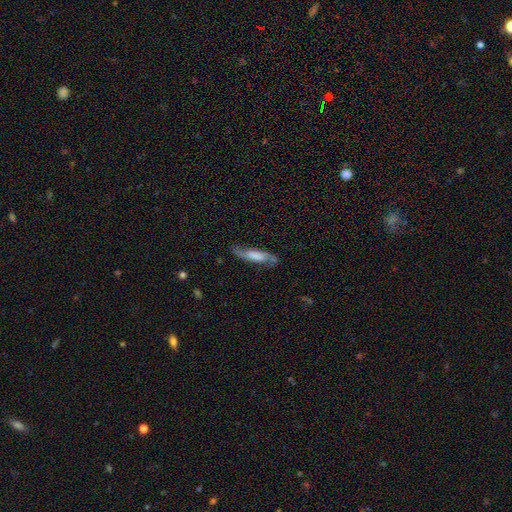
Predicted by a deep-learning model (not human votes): This appears to be a featured or disk galaxy (60%). Merging: none (71%).